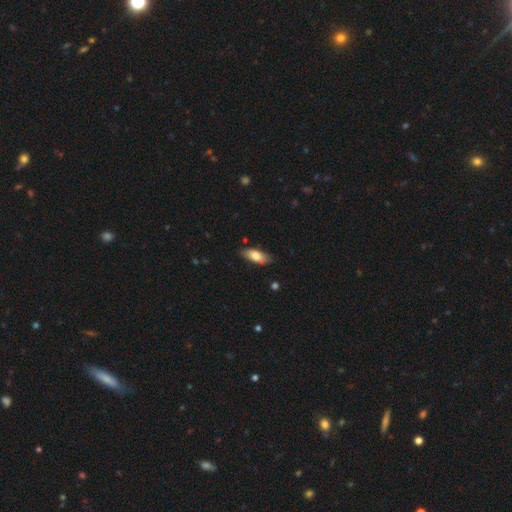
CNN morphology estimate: smooth_or_featured: smooth (p=0.79) [alt: featured or disk p=0.14]
how_rounded: in between (p=0.79) [alt: cigar-shaped p=0.19]
merging: none (p=0.80) [alt: minor disturbance p=0.16]